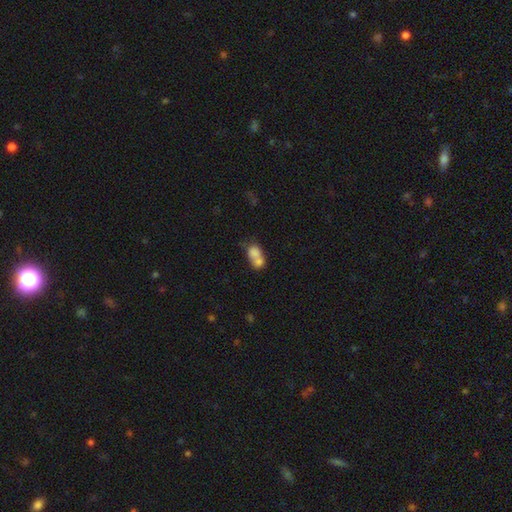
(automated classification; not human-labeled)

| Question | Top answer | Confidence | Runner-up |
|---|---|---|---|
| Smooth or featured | smooth | 74% | featured or disk (16%) |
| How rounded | in between | 54% | round (44%) |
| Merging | merger | 71% | none (18%) |